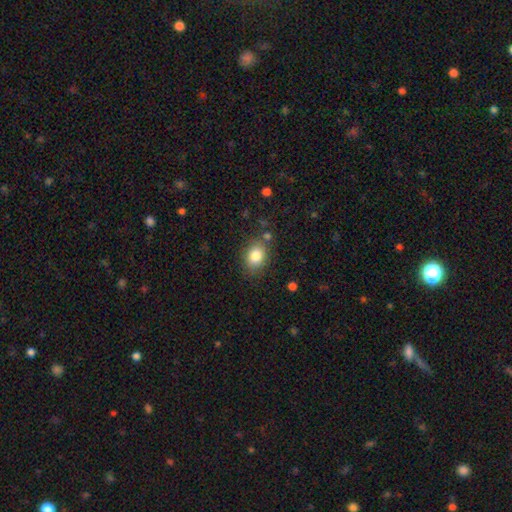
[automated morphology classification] Smooth or featured: smooth — 84% (star or artifact — 9%)
How rounded: in between — 64% (round — 35%)
Merging: none — 77% (minor disturbance — 14%)